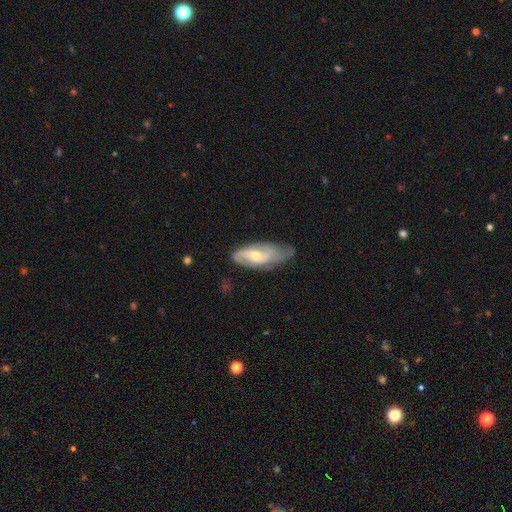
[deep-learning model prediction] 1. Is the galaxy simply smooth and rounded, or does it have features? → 71% featured or disk, 24% smooth, 5% star or artifact.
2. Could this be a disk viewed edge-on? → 91% no, 9% yes.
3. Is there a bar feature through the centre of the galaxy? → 54% no, 37% weak, 9% strong.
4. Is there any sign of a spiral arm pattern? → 88% yes, 12% no.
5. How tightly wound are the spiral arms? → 43% medium, 37% tight, 19% loose.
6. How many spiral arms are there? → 59% 2, 24% can't tell, 8% 3, 6% 1, 2% 4, 2% more than 4.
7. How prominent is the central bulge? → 57% moderate, 38% small, 3% large, 2% none, 1% dominant.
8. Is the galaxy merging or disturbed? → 48% none, 36% minor disturbance, 14% major disturbance, 2% merger.